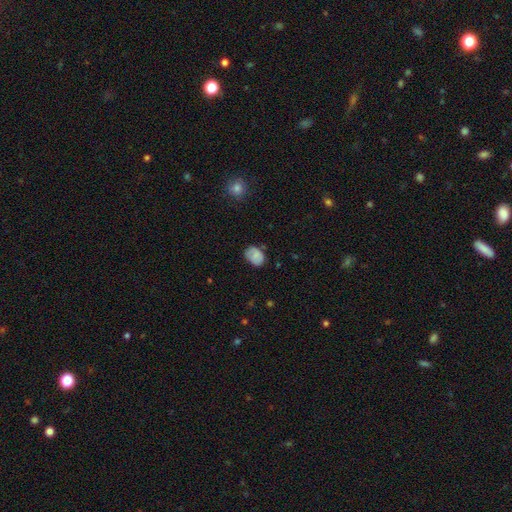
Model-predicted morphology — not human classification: A smooth galaxy with no disk features (70%) that is in between round and cigar-shaped (69%). Merging: none (68%).